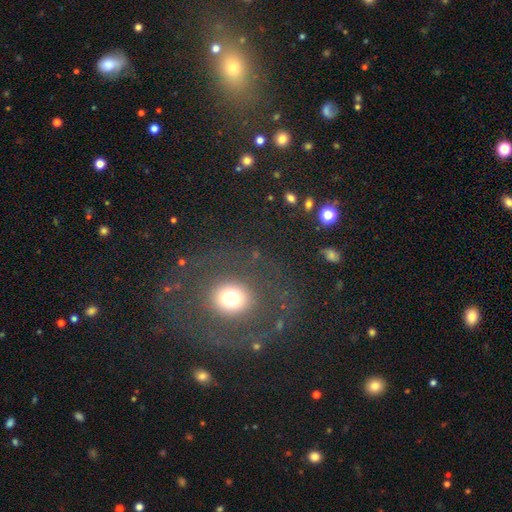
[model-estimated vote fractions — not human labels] smooth 52%, featured or disk 33%, star or artifact 15%. Down the decision tree: how rounded — round (73%); merging — none (83%).